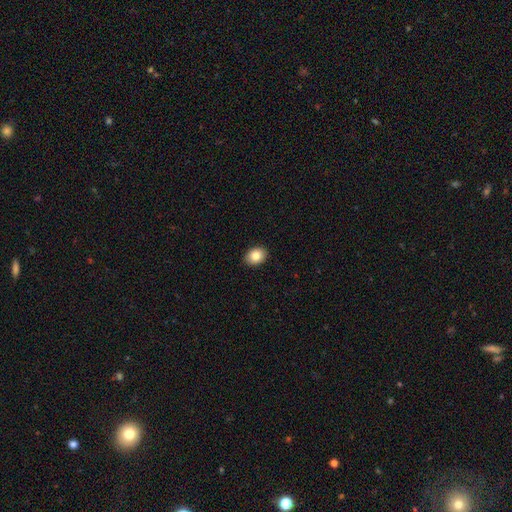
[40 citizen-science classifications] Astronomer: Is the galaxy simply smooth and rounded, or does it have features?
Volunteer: smooth — 80%.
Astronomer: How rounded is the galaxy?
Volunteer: round — 59% (runner-up: in between, 38%).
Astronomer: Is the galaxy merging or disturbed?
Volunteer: none — 78%.